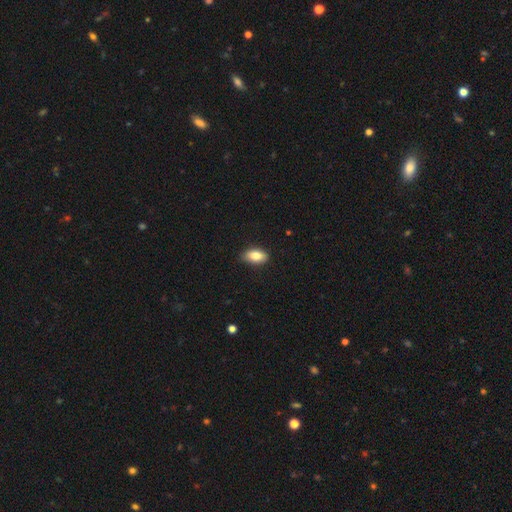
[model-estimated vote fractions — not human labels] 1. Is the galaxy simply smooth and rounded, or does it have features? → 84% smooth, 9% featured or disk, 7% star or artifact.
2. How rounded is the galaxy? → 91% in between, 5% round, 4% cigar-shaped.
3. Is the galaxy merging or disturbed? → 80% none, 16% minor disturbance, 2% major disturbance, 1% merger.